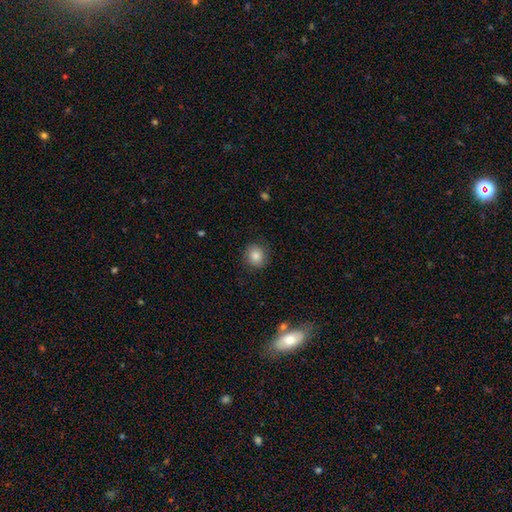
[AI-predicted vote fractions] smooth_or_featured: smooth (p=0.80) [alt: star or artifact p=0.10]
how_rounded: round (p=0.83) [alt: in between p=0.16]
merging: none (p=0.85) [alt: minor disturbance p=0.11]